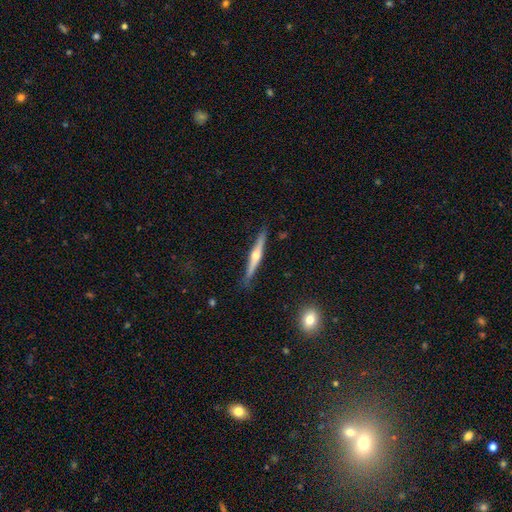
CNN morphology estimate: featured or disk 71%, smooth 24%, star or artifact 6%. Down the decision tree: edge-on disk — yes (98%); edge-on bulge — rounded (92%); merging — none (87%).